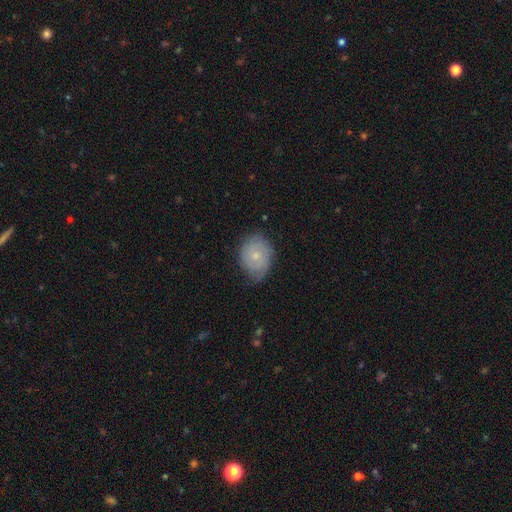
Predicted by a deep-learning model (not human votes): Q: Smooth or featured?
A: featured or disk (48%); runner-up: smooth (45%)
Q: Merging?
A: none (66%); runner-up: minor disturbance (27%)